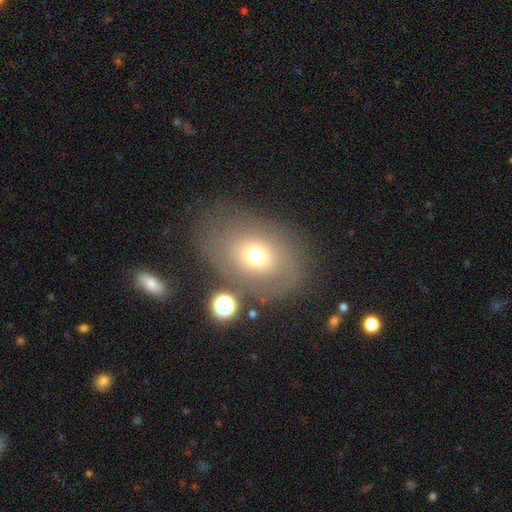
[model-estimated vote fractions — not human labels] A smooth galaxy with no disk features (64%) that is in between round and cigar-shaped (61%).

Vote fractions:
- Smooth or featured? smooth: 64% / featured or disk: 22% / star or artifact: 14%
- How rounded? in between: 61% / round: 38% / cigar-shaped: 1%
- Merging? none: 62% / minor disturbance: 17% / major disturbance: 13% / merger: 7%